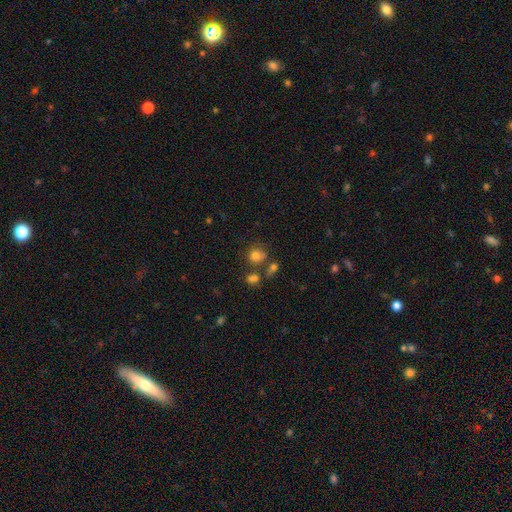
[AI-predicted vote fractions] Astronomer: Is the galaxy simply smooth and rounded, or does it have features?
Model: smooth — 77%.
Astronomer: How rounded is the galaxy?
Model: round — 74%.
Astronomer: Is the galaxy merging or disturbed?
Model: none — 57%.